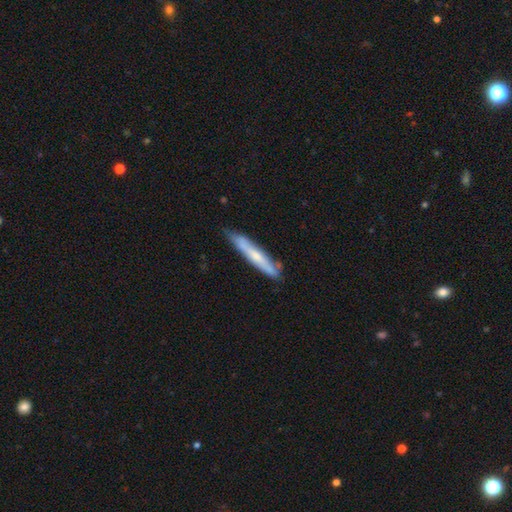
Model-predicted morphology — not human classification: This is possibly a featured or disk galaxy (49%). Merging: clearly none (85%).